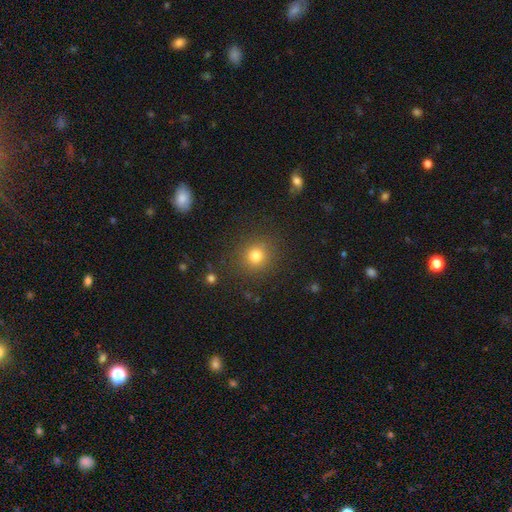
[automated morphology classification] The model was most divided on "smooth or featured": smooth: 79%, star or artifact: 14%, featured or disk: 7%. More confident: how rounded — round (89%); merging — none (87%).